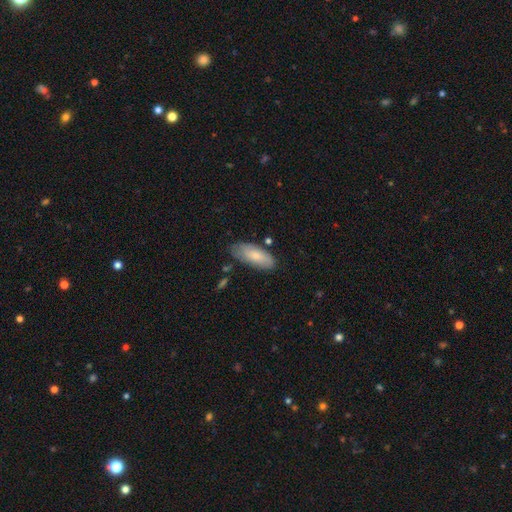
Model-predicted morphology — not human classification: This is likely a smooth galaxy (77%). How rounded: clearly in between (85%). Merging: likely none (70%).